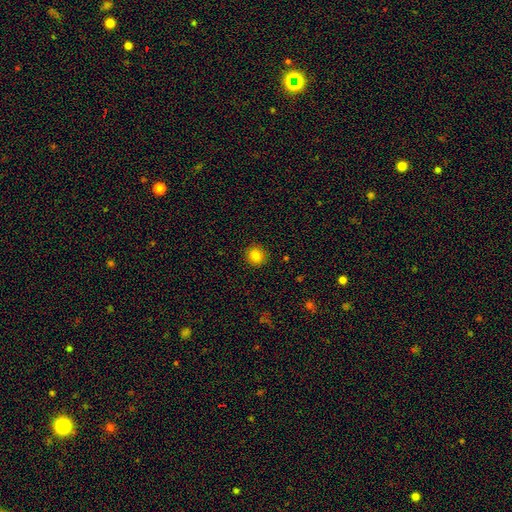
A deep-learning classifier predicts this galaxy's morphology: Smooth or featured: smooth — 84% (star or artifact — 11%)
How rounded: round — 86% (in between — 13%)
Merging: none — 91% (minor disturbance — 6%)